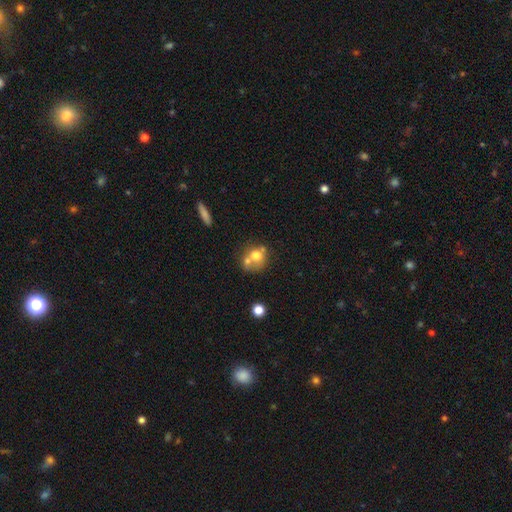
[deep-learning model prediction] A smooth galaxy with no disk features (65%) that is round (72%). Merging: merger (52%).